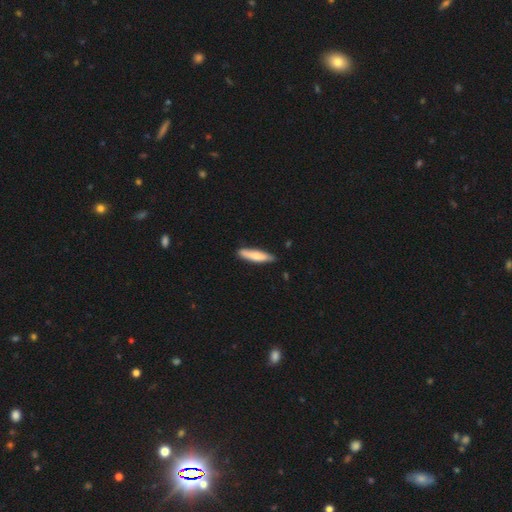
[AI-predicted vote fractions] Smooth or featured?
  - smooth: 73% *
  - featured or disk: 21%
  - star or artifact: 5%
How rounded?
  - cigar-shaped: 80% *
  - in between: 19%
  - round: 1%
Merging?
  - none: 82% *
  - minor disturbance: 14%
  - major disturbance: 2%
  - merger: 2%